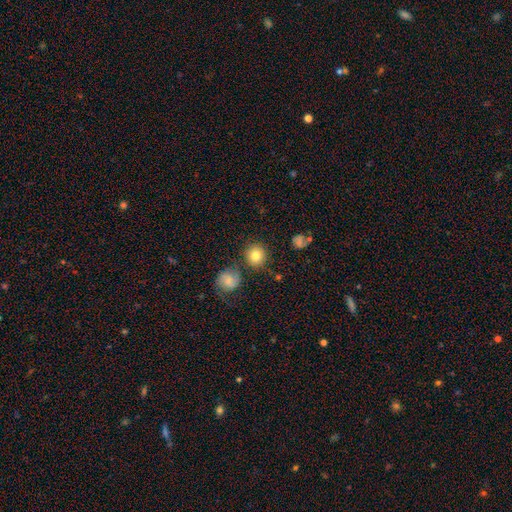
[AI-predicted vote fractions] Morphology: type=smooth (80%); roundness=round (91%); merging=none (81%).